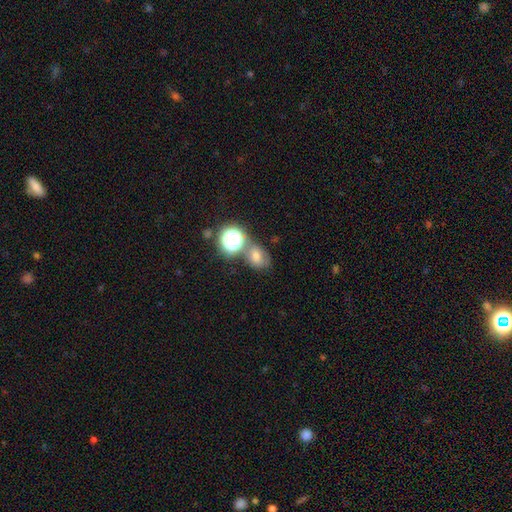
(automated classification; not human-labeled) smooth 52%, star or artifact 30%, featured or disk 19%. Down the decision tree: how rounded — in between (54%); merging — none (58%).